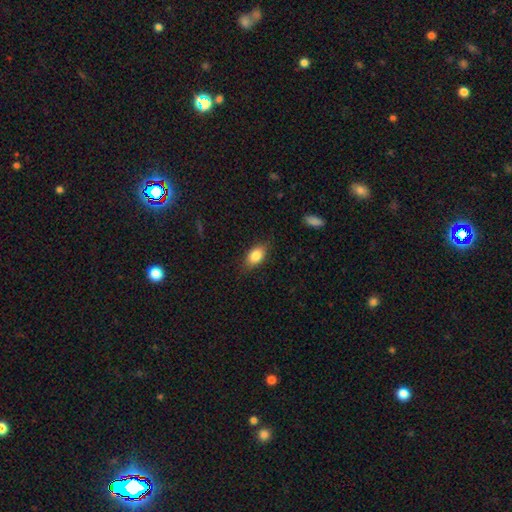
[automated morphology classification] Smooth or featured? smooth (84%)
How rounded? in between (87%)
Merging? none (82%)